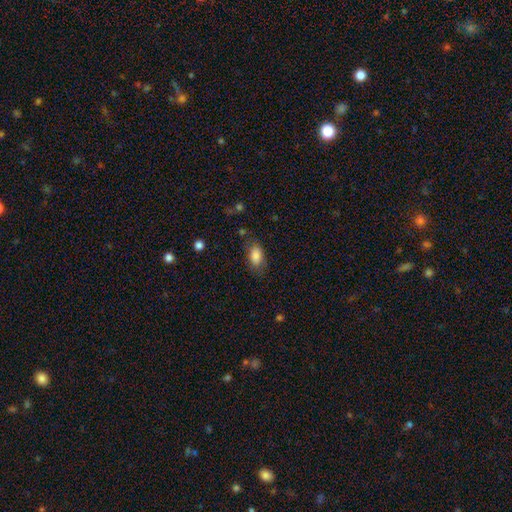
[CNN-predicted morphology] Smooth or featured?
  - smooth: 84% *
  - featured or disk: 8%
  - star or artifact: 7%
How rounded?
  - in between: 90% *
  - round: 7%
  - cigar-shaped: 3%
Merging?
  - none: 73% *
  - minor disturbance: 18%
  - major disturbance: 7%
  - merger: 2%